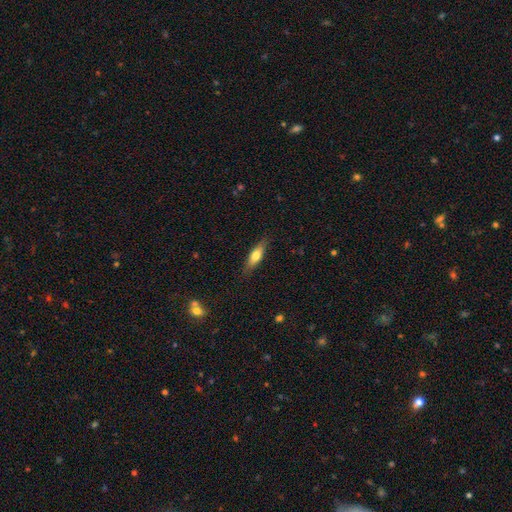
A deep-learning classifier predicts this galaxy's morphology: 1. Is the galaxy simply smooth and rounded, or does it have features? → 63% smooth, 31% featured or disk, 6% star or artifact.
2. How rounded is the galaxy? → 54% cigar-shaped, 44% in between, 3% round.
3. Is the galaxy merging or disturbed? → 84% none, 12% minor disturbance, 3% major disturbance, 1% merger.